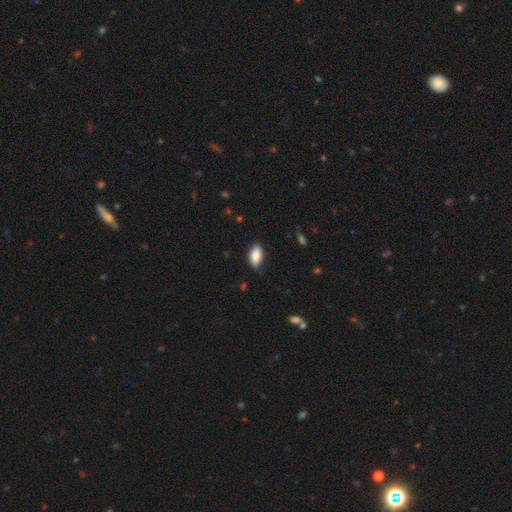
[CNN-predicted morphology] Smooth or featured: smooth — 86% (featured or disk — 7%)
How rounded: in between — 91% (cigar-shaped — 7%)
Merging: none — 75% (minor disturbance — 21%)